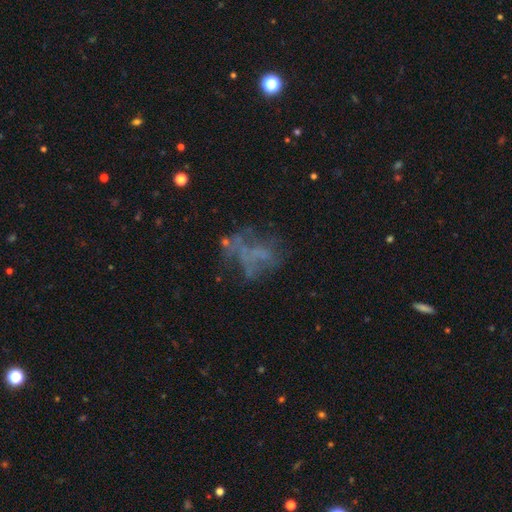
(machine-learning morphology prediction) Smooth or featured? featured or disk (53%)
Edge-on disk? no (98%)
Bar? no (92%)
Spiral arms? no (92%)
Bulge size? none (85%)
Merging? none (41%)